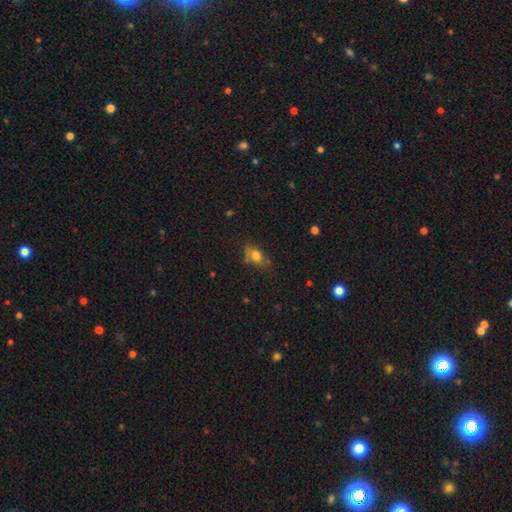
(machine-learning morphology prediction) Smooth or featured: smooth — 72% (featured or disk — 15%)
How rounded: in between — 77% (round — 19%)
Merging: none — 58% (minor disturbance — 28%)